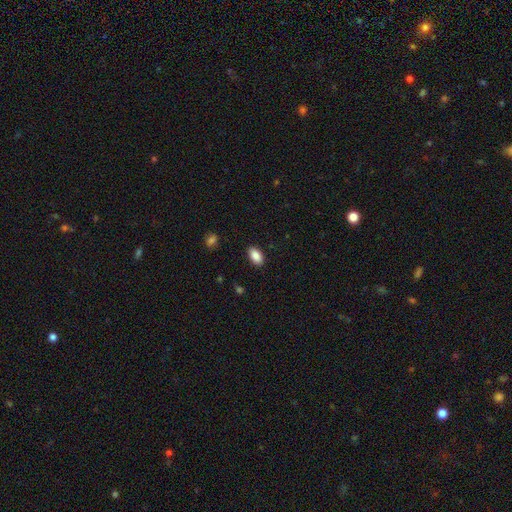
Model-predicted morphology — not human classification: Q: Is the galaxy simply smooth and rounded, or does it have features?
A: smooth — 87%.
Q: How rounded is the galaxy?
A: in between — 93%.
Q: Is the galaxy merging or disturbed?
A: none — 89%.